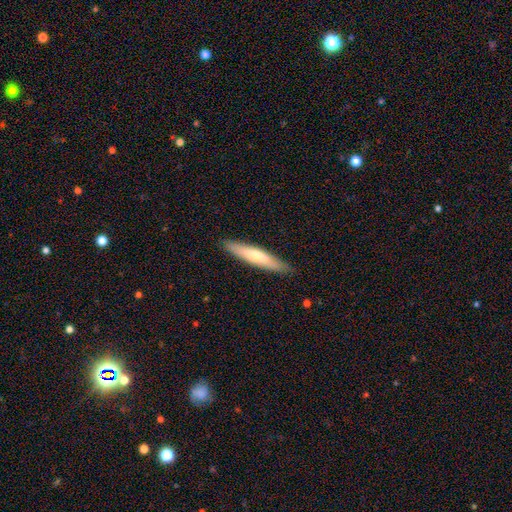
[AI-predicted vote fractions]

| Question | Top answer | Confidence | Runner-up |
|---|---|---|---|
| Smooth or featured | smooth | 62% | featured or disk (33%) |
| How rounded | cigar-shaped | 88% | in between (11%) |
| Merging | none | 88% | minor disturbance (9%) |